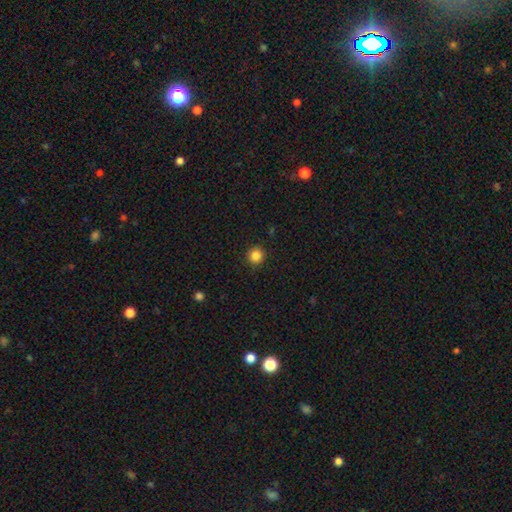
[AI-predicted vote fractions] This is clearly a smooth galaxy (85%). How rounded: clearly round (94%). Merging: clearly none (91%).